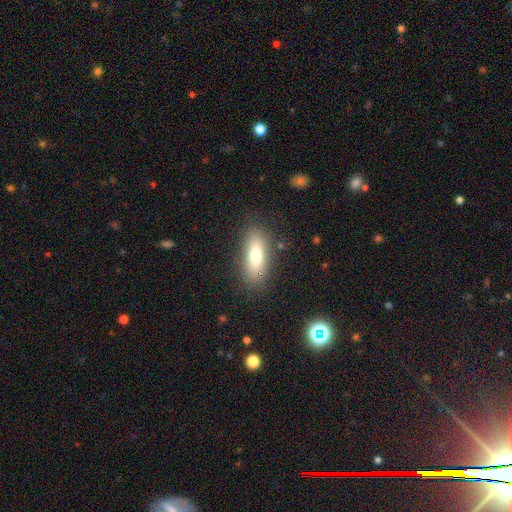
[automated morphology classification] The model was most divided on "smooth or featured": smooth: 70%, featured or disk: 21%, star or artifact: 9%. More confident: merging — none (83%); how rounded — in between (73%).